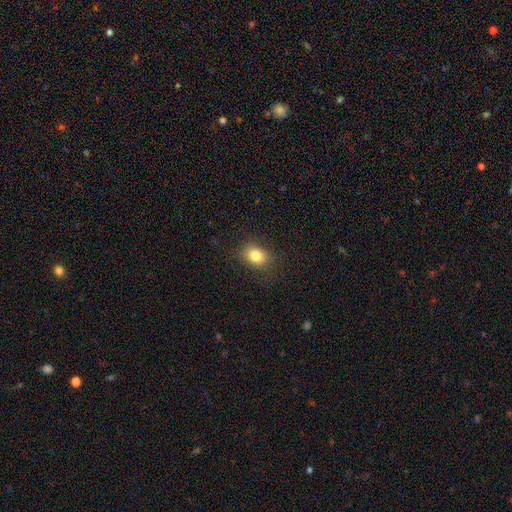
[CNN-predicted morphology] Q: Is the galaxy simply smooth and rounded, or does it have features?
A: smooth — 82%.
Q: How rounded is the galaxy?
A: in between — 59%.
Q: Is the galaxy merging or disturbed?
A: none — 84%.